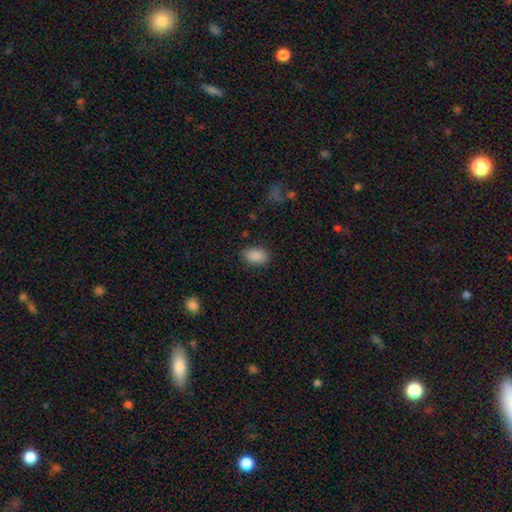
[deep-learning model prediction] Smooth or featured? Predicted: smooth (p=0.89). How rounded? Predicted: in between (p=0.90). Merging? Predicted: none (p=0.86).